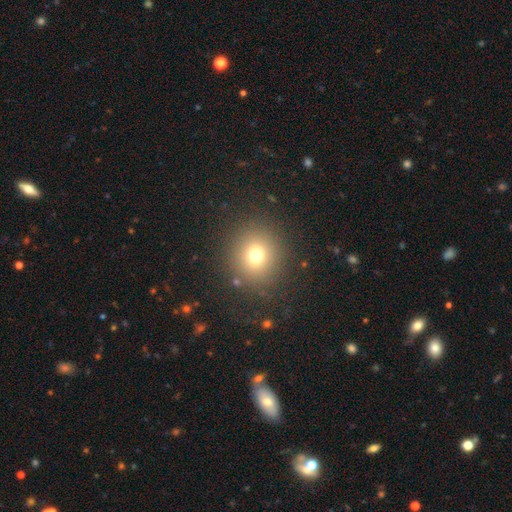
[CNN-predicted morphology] smooth 73%, star or artifact 17%, featured or disk 11%. Down the decision tree: how rounded — round (89%); merging — none (87%).